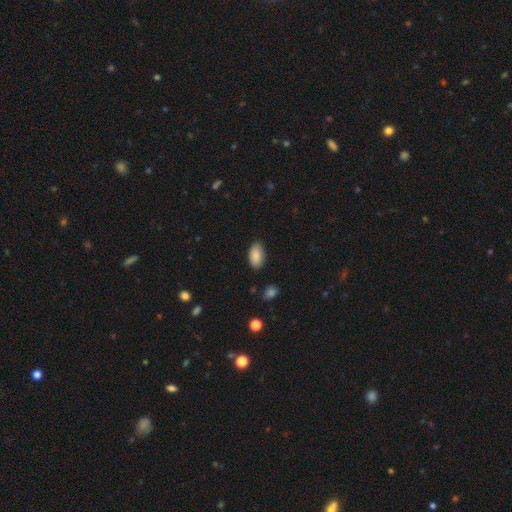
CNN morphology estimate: smooth_or_featured: smooth (p=0.89) [alt: star or artifact p=0.07]
how_rounded: in between (p=0.94) [alt: round p=0.04]
merging: none (p=0.85) [alt: minor disturbance p=0.11]